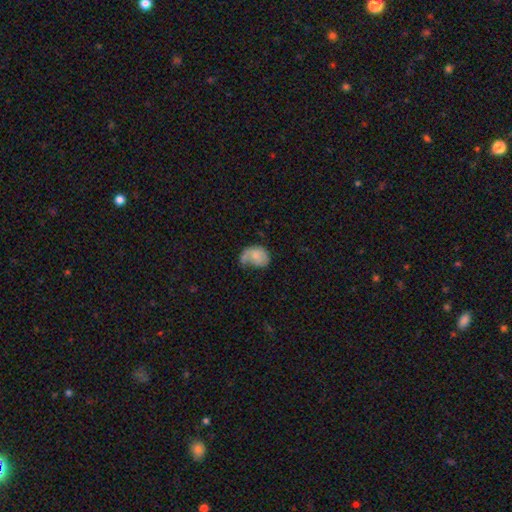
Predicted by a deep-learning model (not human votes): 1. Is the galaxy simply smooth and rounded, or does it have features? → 59% smooth, 34% featured or disk, 8% star or artifact.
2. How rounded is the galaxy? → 61% in between, 38% round, 1% cigar-shaped.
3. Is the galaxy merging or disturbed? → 32% major disturbance, 30% minor disturbance, 29% none, 9% merger.